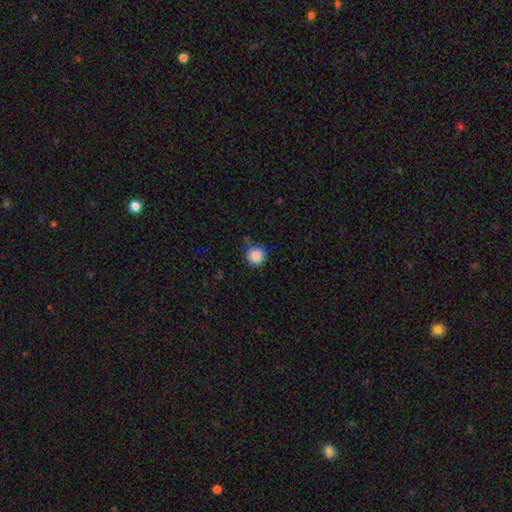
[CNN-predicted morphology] type=smooth (87%); roundness=round (95%); merging=none (83%).